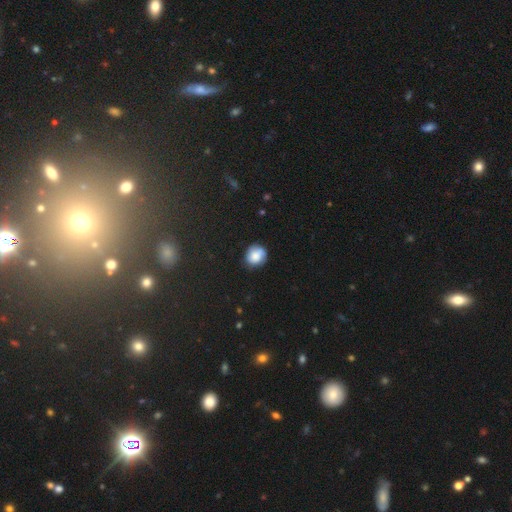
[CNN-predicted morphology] smooth_or_featured: smooth (p=0.69) [alt: featured or disk p=0.22]
how_rounded: round (p=0.74) [alt: in between p=0.25]
merging: none (p=0.71) [alt: minor disturbance p=0.22]